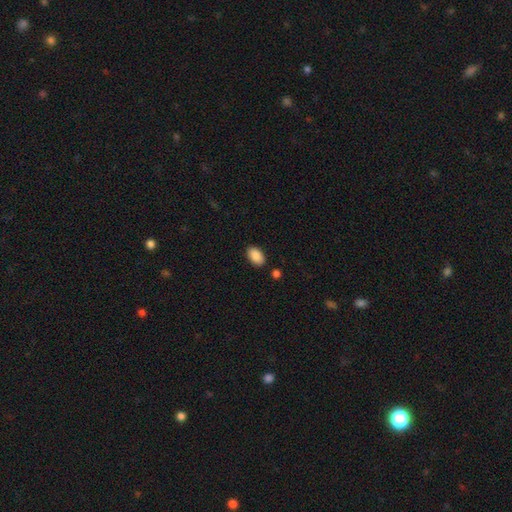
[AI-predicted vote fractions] The model was most divided on "merging": none: 86%, minor disturbance: 9%, merger: 2%, major disturbance: 2%. More confident: how rounded — in between (93%); smooth or featured — smooth (89%).